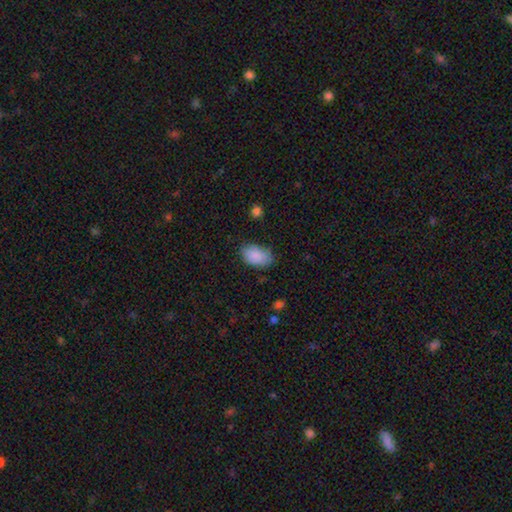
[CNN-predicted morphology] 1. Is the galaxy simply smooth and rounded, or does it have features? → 87% smooth, 7% star or artifact, 6% featured or disk.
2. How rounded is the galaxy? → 91% in between, 8% round, 1% cigar-shaped.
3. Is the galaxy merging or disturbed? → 71% none, 23% minor disturbance, 5% major disturbance, 2% merger.